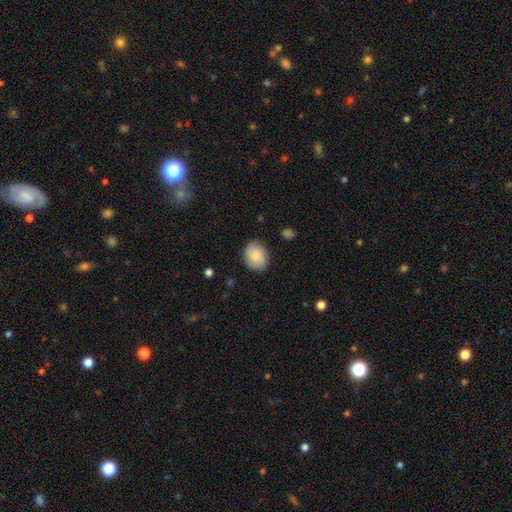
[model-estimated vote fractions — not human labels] Q: Smooth or featured?
A: smooth (79%); runner-up: featured or disk (14%)
Q: How rounded?
A: round (59%); runner-up: in between (40%)
Q: Merging?
A: none (82%); runner-up: minor disturbance (14%)